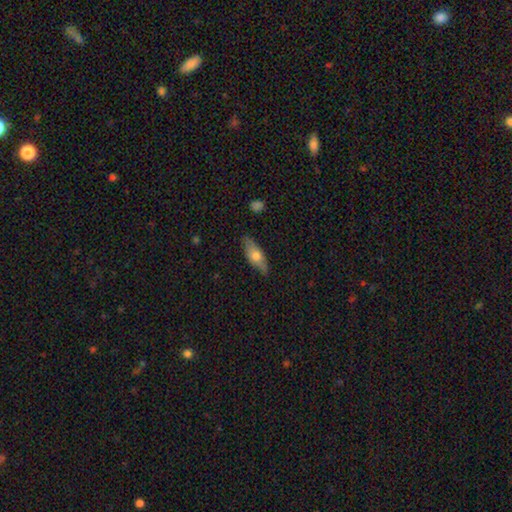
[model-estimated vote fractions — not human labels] smooth_or_featured: smooth (p=0.58) [alt: featured or disk p=0.36]
how_rounded: in between (p=0.64) [alt: cigar-shaped p=0.33]
merging: none (p=0.82) [alt: minor disturbance p=0.14]